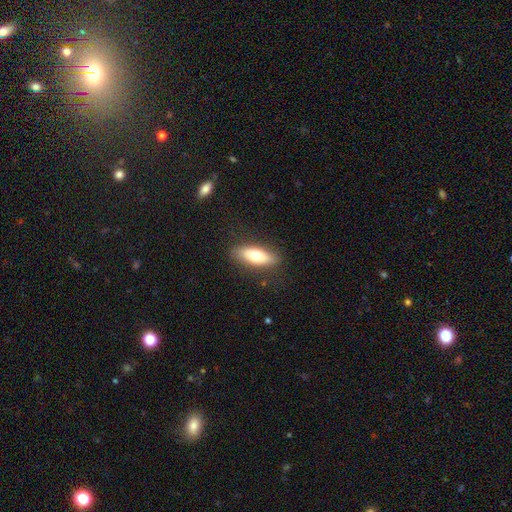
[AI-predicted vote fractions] Q: Smooth or featured?
A: smooth (68%); runner-up: featured or disk (25%)
Q: How rounded?
A: in between (71%); runner-up: cigar-shaped (27%)
Q: Merging?
A: none (85%); runner-up: minor disturbance (11%)